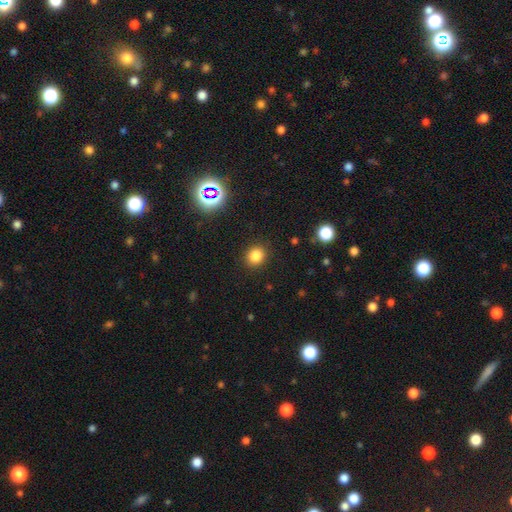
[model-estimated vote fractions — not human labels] This appears to be a smooth galaxy with no disk features (82%) that is round (76%). Merging: none (89%).